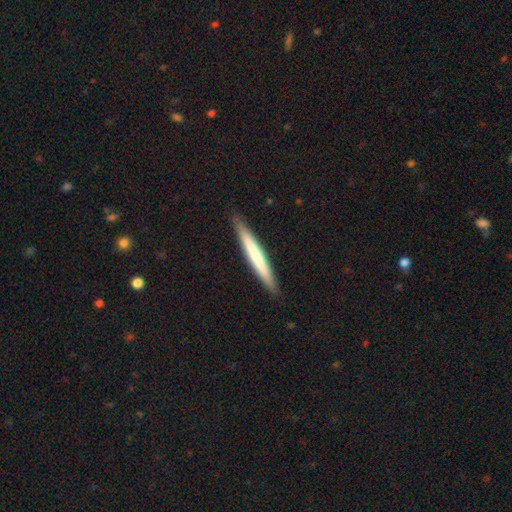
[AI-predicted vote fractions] smooth 58%, featured or disk 37%, star or artifact 5%. Down the decision tree: how rounded — cigar-shaped (97%); merging — none (90%).